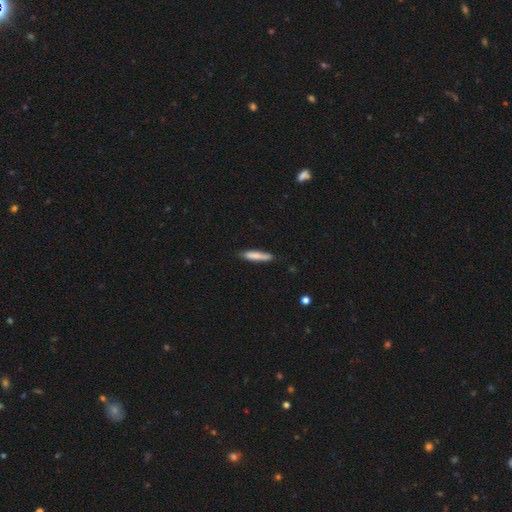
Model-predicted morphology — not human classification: A smooth galaxy with no disk features (78%) that is cigar-shaped (88%).

Vote fractions:
- Smooth or featured? smooth: 78% / featured or disk: 16% / star or artifact: 6%
- How rounded? cigar-shaped: 88% / in between: 11% / round: 1%
- Merging? none: 80% / minor disturbance: 16% / major disturbance: 3% / merger: 2%